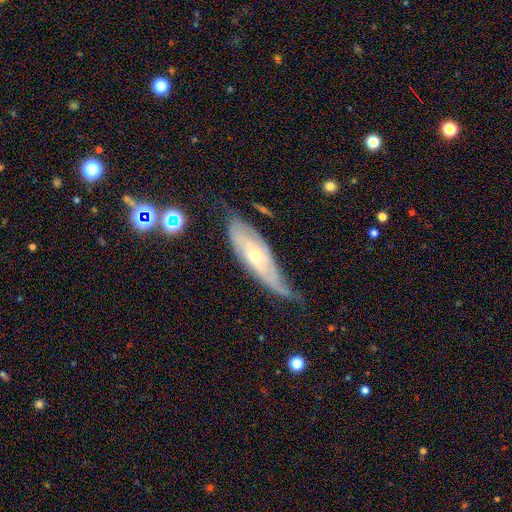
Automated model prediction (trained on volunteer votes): Morphology: type=featured or disk (72%); edge-on=no (73%); bar=no (67%); spiral arms=yes (82%); bulge=small (51%); merging=none (48%).